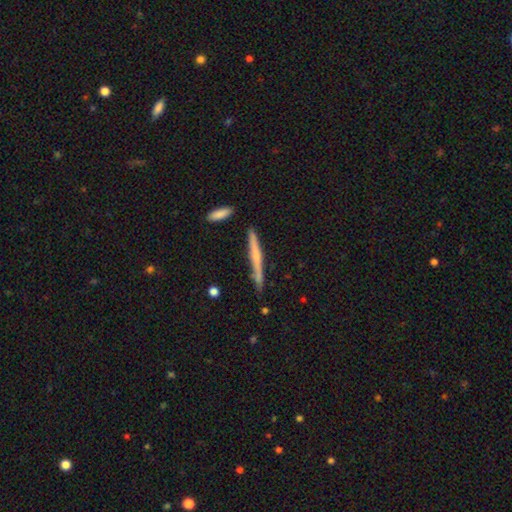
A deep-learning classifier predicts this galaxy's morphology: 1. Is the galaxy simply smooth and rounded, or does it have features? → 47% smooth (tied), 47% featured or disk (tied), 6% star or artifact.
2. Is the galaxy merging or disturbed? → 82% none, 13% minor disturbance, 3% merger, 2% major disturbance.